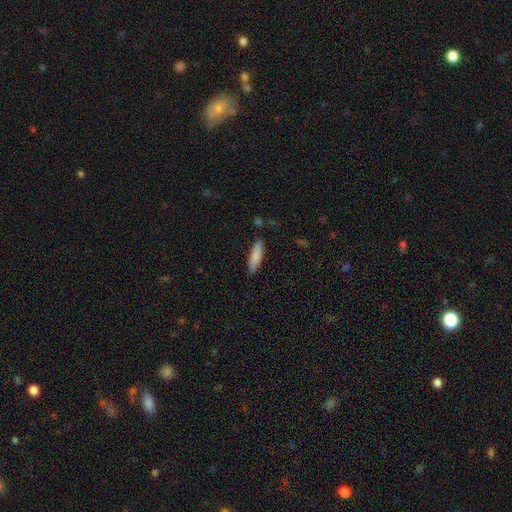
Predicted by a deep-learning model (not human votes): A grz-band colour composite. It shows a smooth galaxy with no disk features (85%) that is cigar-shaped (62%). Merging: none (86%).